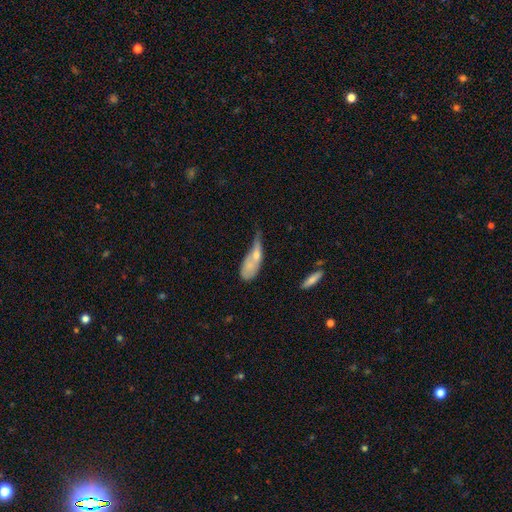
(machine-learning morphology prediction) A smooth galaxy with no disk features (59%) that is in between round and cigar-shaped (67%).

Vote fractions:
- Smooth or featured? smooth: 59% / featured or disk: 33% / star or artifact: 8%
- How rounded? in between: 67% / cigar-shaped: 28% / round: 5%
- Merging? major disturbance: 31% / minor disturbance: 29% / merger: 22% / none: 18%